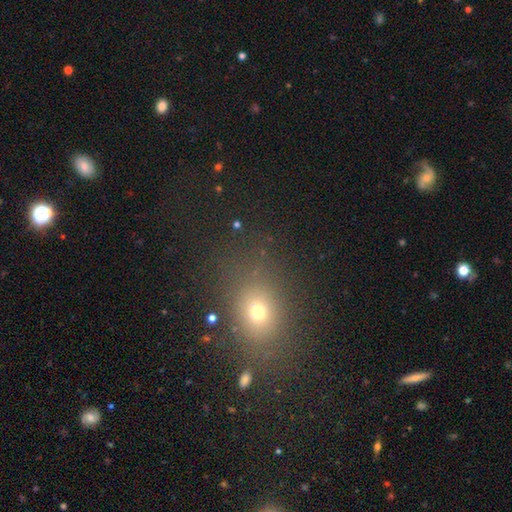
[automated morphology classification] Q: Smooth or featured?
A: smooth (60%); runner-up: star or artifact (29%)
Q: How rounded?
A: in between (50%); runner-up: round (48%)
Q: Merging?
A: none (80%); runner-up: minor disturbance (11%)